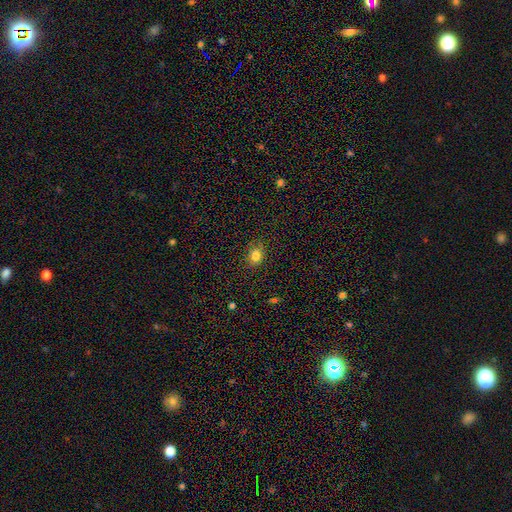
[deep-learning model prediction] This is clearly a smooth galaxy (81%). How rounded: possibly in between (58%). Merging: clearly none (83%).